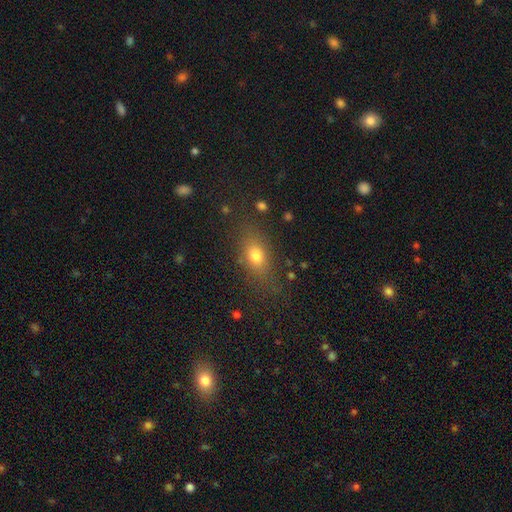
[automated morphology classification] type=smooth (73%); roundness=in between (71%); merging=none (76%).